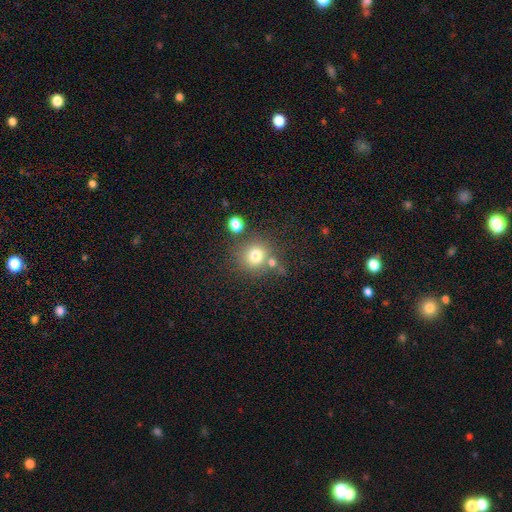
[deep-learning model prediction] A smooth galaxy with no disk features (75%) that is round (88%). Merging: none (66%).